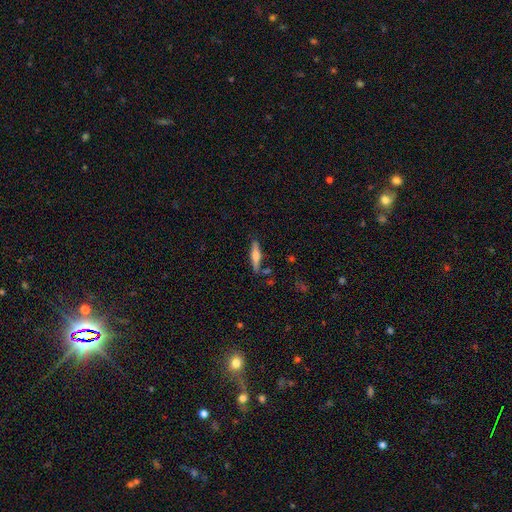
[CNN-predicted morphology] Smooth or featured?
  - featured or disk: 49% *
  - smooth: 45%
  - star or artifact: 6%
Merging?
  - none: 82% *
  - minor disturbance: 11%
  - merger: 4%
  - major disturbance: 2%